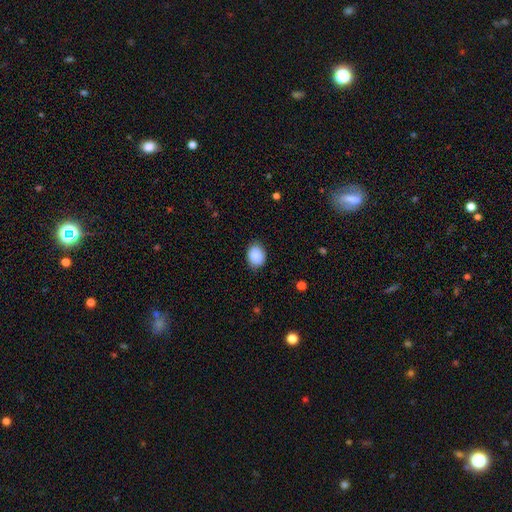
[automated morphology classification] Smooth or featured? smooth (89%)
How rounded? in between (62%)
Merging? none (83%)